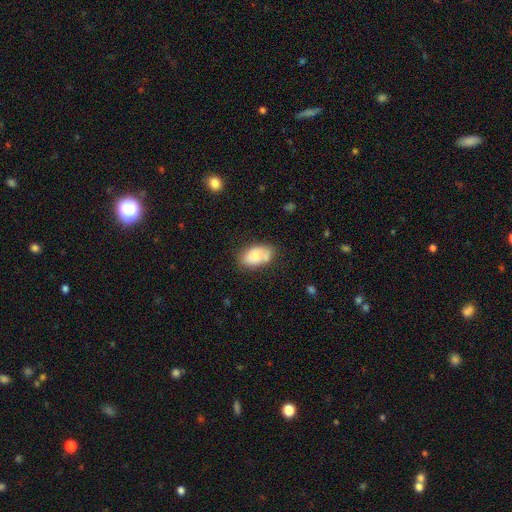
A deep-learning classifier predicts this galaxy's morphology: Q: Smooth or featured?
A: smooth (75%); runner-up: featured or disk (18%)
Q: How rounded?
A: in between (91%); runner-up: round (7%)
Q: Merging?
A: none (56%); runner-up: minor disturbance (22%)